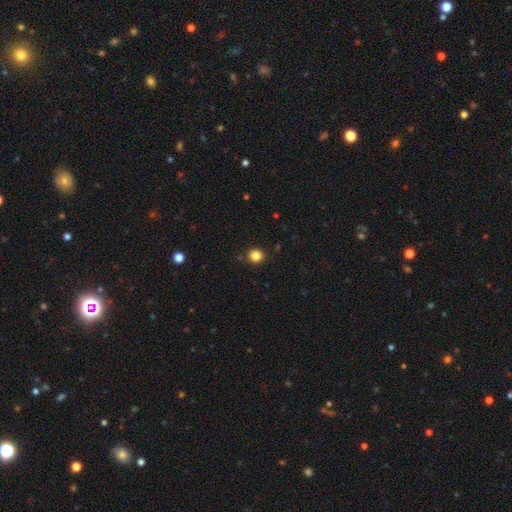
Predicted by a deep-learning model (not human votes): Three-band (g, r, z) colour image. It shows a smooth galaxy with no disk features (83%) that is round (83%). Merging: none (89%).